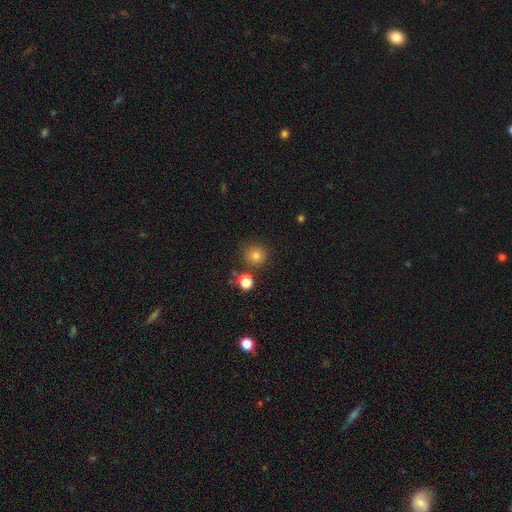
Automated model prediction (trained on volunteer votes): Morphology: type=smooth (78%); roundness=round (92%); merging=none (81%).